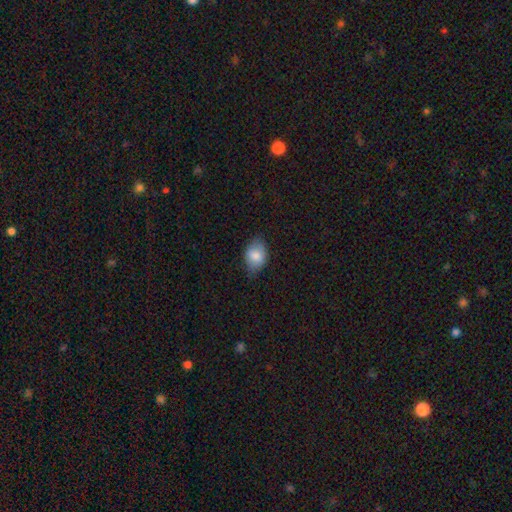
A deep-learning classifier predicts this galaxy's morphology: Smooth or featured: smooth — 79% (featured or disk — 13%)
How rounded: in between — 79% (round — 19%)
Merging: none — 72% (minor disturbance — 23%)